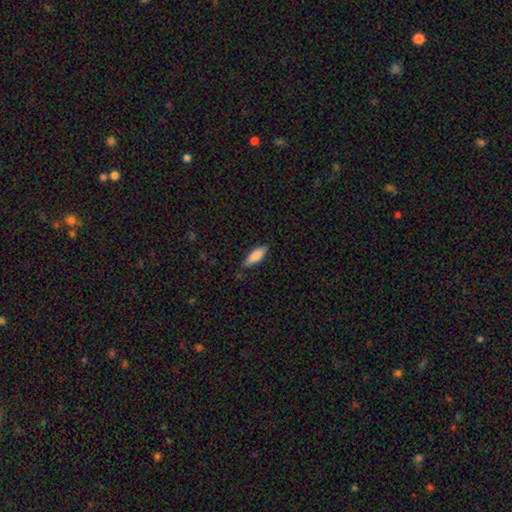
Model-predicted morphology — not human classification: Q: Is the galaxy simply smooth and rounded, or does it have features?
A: smooth — 80%.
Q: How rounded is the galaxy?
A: in between — 55%.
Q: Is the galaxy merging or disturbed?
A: none — 77%.